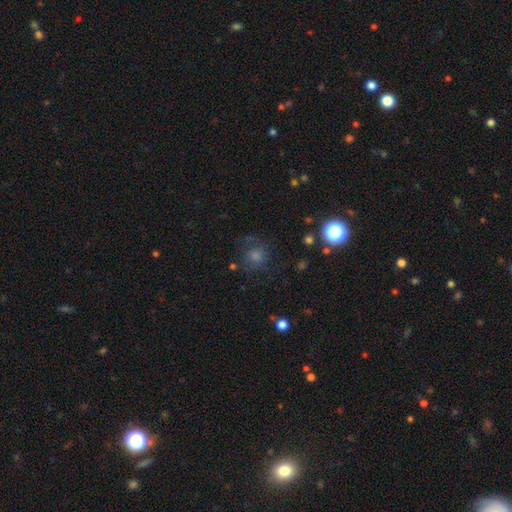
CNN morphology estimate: Smooth or featured? smooth (47%)
Merging? none (70%)